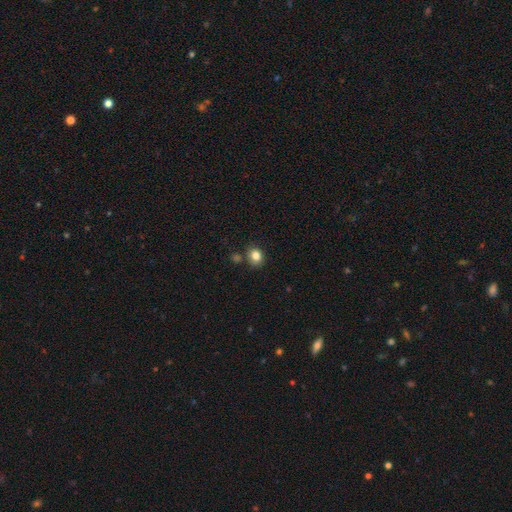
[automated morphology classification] Smooth or featured?
  - smooth: 83% *
  - star or artifact: 11%
  - featured or disk: 6%
How rounded?
  - round: 64% *
  - in between: 35%
  - cigar-shaped: 1%
Merging?
  - none: 78% *
  - minor disturbance: 11%
  - merger: 8%
  - major disturbance: 3%